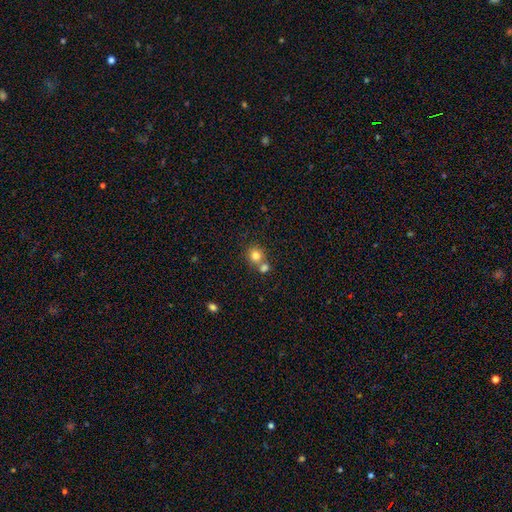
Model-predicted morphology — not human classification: type=smooth (80%); roundness=round (85%); merging=none (52%).